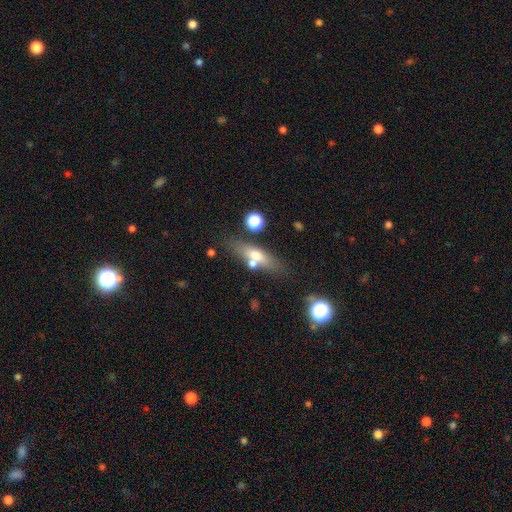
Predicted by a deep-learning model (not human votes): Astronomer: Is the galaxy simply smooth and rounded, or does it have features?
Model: smooth — 57% (runner-up: featured or disk, 33%).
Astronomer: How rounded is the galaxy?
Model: cigar-shaped — 54% (runner-up: in between, 41%).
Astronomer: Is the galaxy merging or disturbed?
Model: none — 67%.